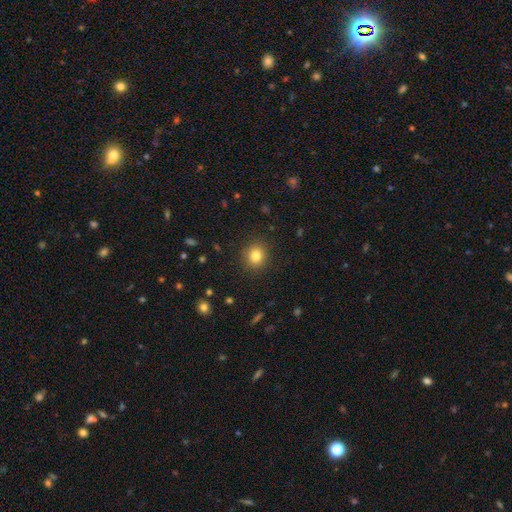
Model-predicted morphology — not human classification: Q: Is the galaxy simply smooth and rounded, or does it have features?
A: smooth — 83%.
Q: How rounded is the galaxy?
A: round — 80%.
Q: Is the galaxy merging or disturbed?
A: none — 89%.